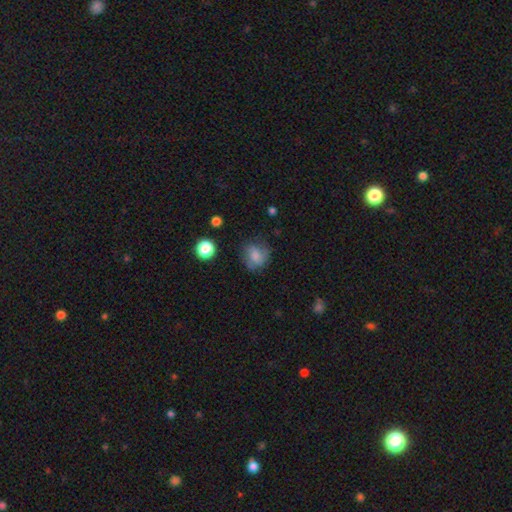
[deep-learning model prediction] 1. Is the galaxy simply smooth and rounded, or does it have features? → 72% smooth, 17% featured or disk, 11% star or artifact.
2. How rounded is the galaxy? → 66% round, 32% in between, 1% cigar-shaped.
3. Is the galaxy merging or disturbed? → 61% none, 24% minor disturbance, 12% major disturbance, 2% merger.